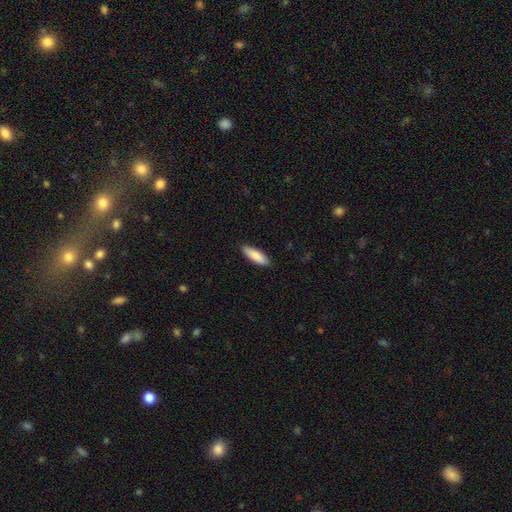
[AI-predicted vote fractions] Smooth or featured? smooth (86%)
How rounded? in between (53%)
Merging? none (89%)